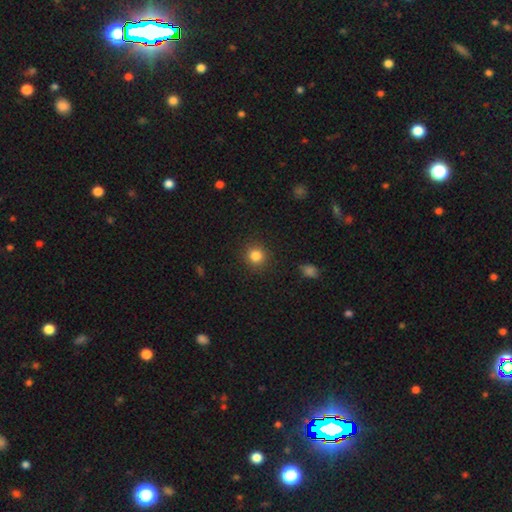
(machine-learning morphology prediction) Smooth or featured? Predicted: smooth (p=0.84). How rounded? Predicted: round (p=0.92). Merging? Predicted: none (p=0.91).